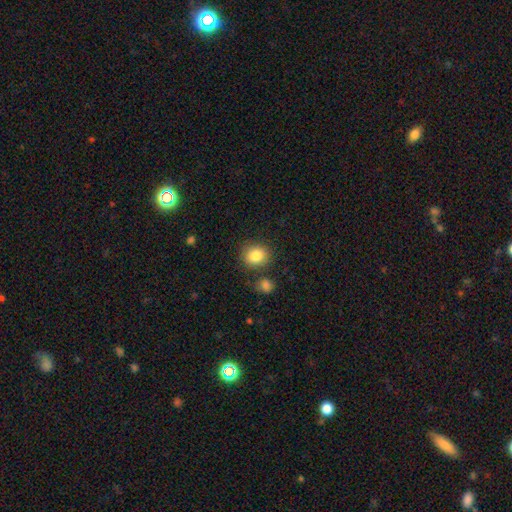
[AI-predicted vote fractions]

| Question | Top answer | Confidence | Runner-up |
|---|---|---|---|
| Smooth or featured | smooth | 85% | star or artifact (9%) |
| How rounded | round | 73% | in between (26%) |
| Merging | none | 79% | minor disturbance (11%) |